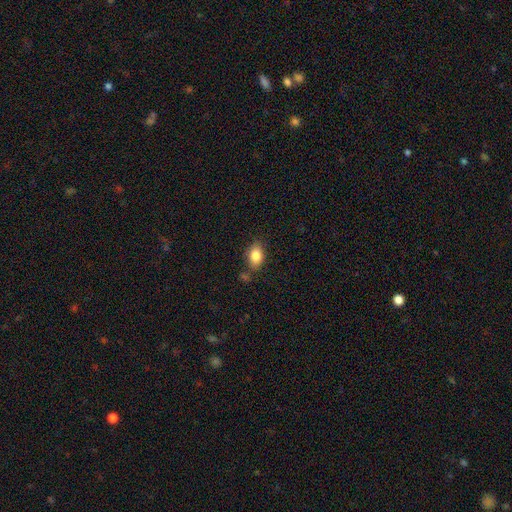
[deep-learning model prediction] Smooth or featured? smooth (84%)
How rounded? in between (82%)
Merging? none (73%)